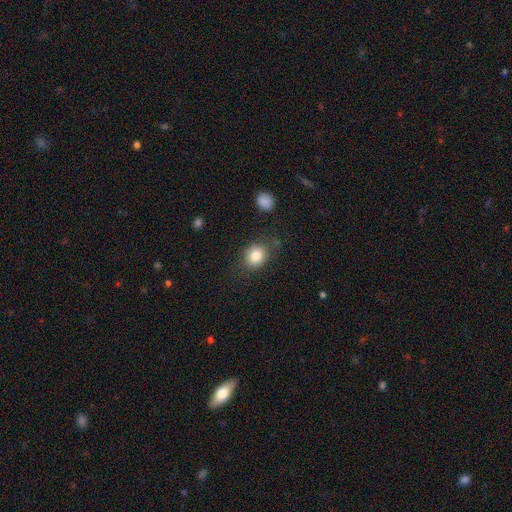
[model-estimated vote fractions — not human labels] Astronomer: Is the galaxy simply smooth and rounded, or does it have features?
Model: smooth — 84%.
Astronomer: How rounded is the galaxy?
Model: round — 62%.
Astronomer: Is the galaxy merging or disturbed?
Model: none — 76%.